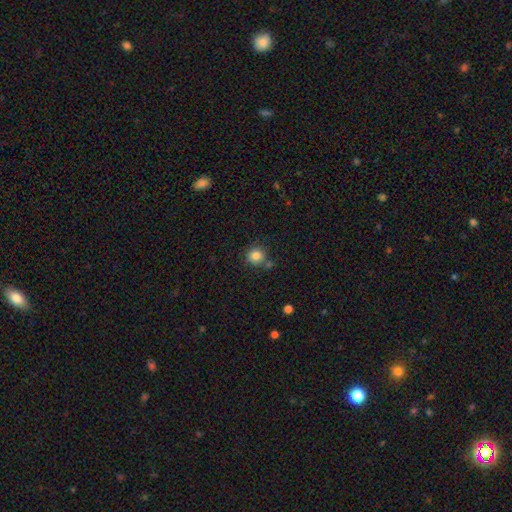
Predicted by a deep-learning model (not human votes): Morphology: type=smooth (83%); roundness=round (90%); merging=none (76%).